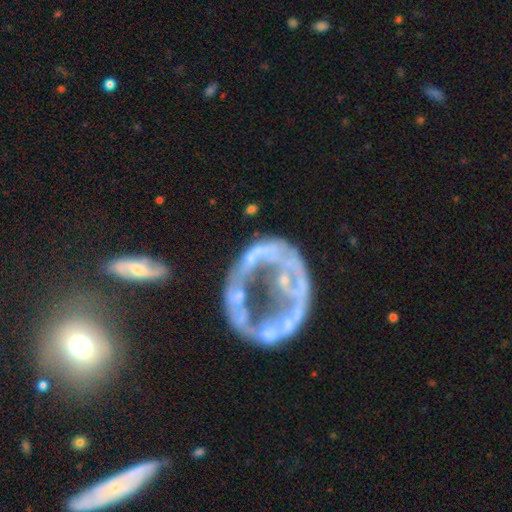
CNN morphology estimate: smooth-or-featured: featured or disk: 70% | smooth: 16% | star or artifact: 14%
  disk-edge-on: no: 97% | yes: 3%
    bar: no: 76% | weak: 14% | strong: 10%
    has-spiral-arms: no: 74% | yes: 26%
    bulge-size: none: 64% | small: 20% | moderate: 11% | large: 3% | dominant: 2%
  merging: major disturbance: 37% | merger: 26% | none: 25% | minor disturbance: 12%